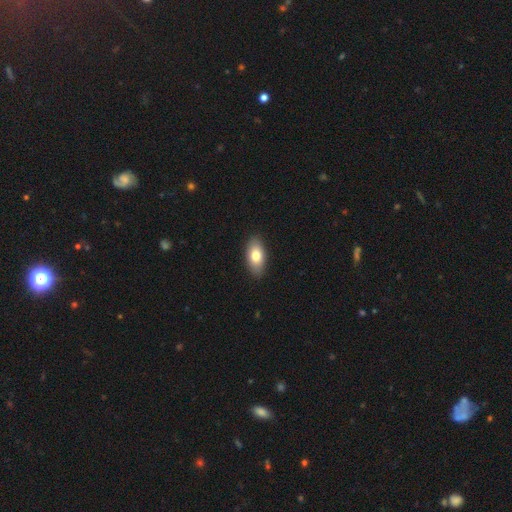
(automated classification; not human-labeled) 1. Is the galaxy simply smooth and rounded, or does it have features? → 79% smooth, 15% featured or disk, 7% star or artifact.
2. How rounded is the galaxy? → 92% in between, 5% cigar-shaped, 4% round.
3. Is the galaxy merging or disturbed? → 88% none, 9% minor disturbance, 2% major disturbance, 1% merger.